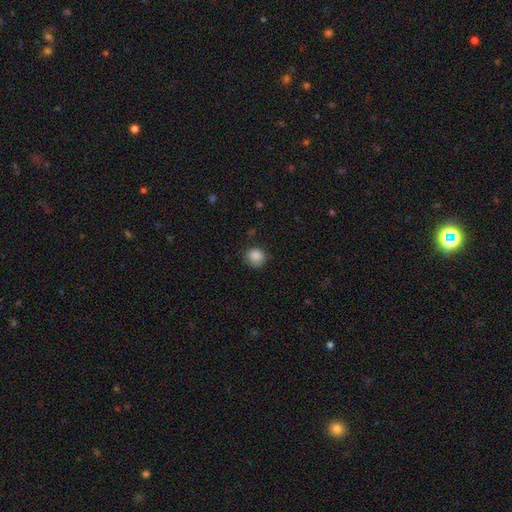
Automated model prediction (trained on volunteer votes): Smooth or featured? smooth (87%)
How rounded? round (85%)
Merging? none (75%)